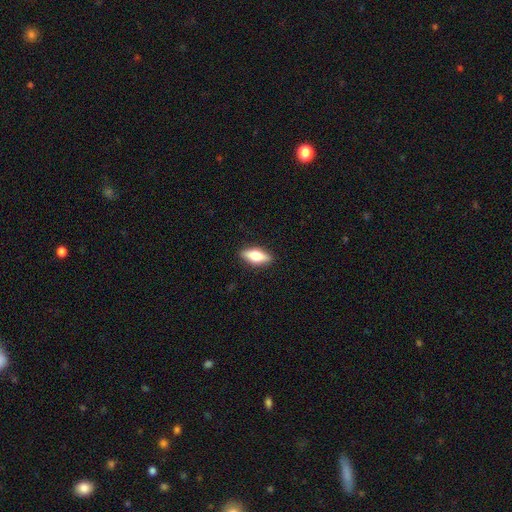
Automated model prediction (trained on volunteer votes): Smooth or featured: smooth — 66% (featured or disk — 28%)
How rounded: in between — 73% (cigar-shaped — 23%)
Merging: none — 88% (minor disturbance — 9%)